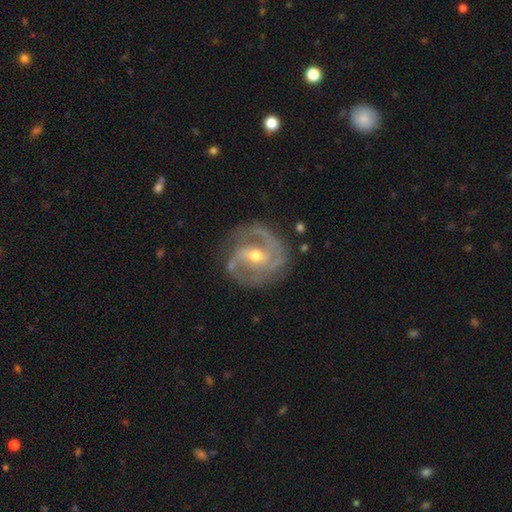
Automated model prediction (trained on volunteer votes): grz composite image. It shows a featured or disk galaxy (89%) with a weak bar (47%), 2 (62%) medium (48%) spiral arms (96%) and a moderate central bulge (64%). Merging: none (73%).